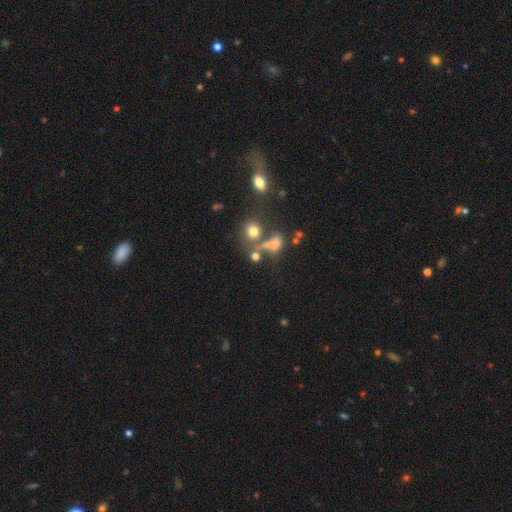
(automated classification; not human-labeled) This appears to be a smooth galaxy with no disk features (63%) that is round (59%). Merging: none (40%).